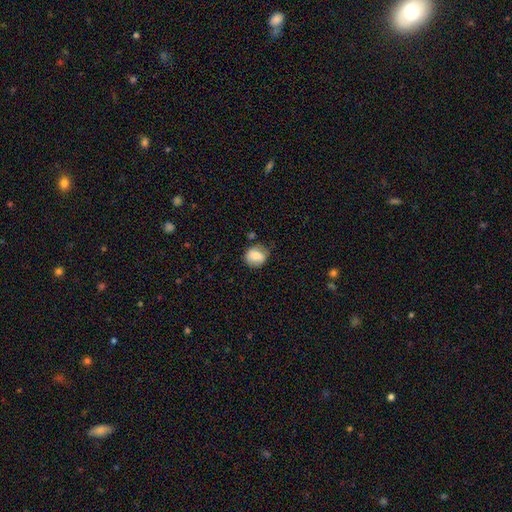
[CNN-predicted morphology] Smooth or featured? smooth (75%)
How rounded? round (68%)
Merging? none (66%)